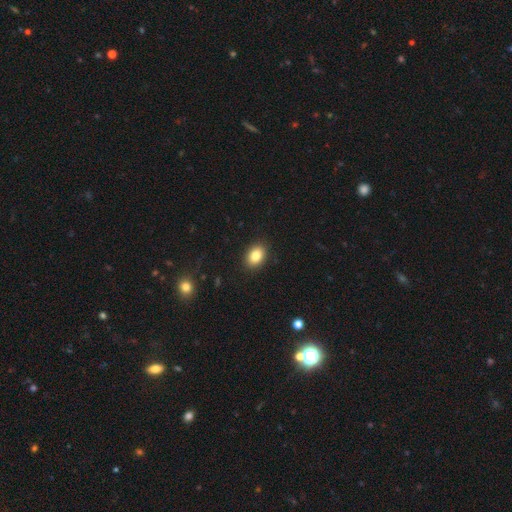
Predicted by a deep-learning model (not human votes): Smooth or featured? Predicted: smooth (p=0.84). How rounded? Predicted: in between (p=0.79). Merging? Predicted: none (p=0.89).